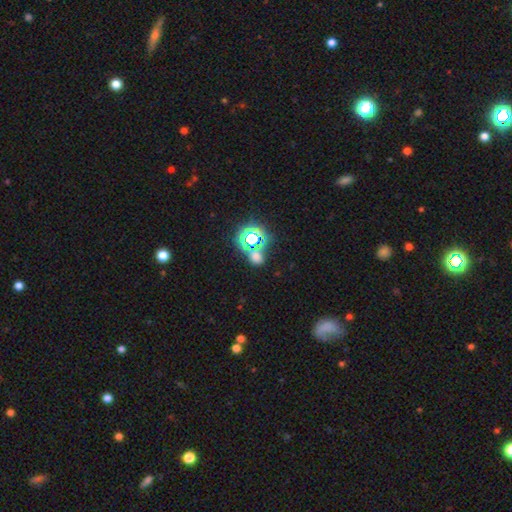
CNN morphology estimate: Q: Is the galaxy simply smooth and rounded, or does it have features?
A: star or artifact — 49%.